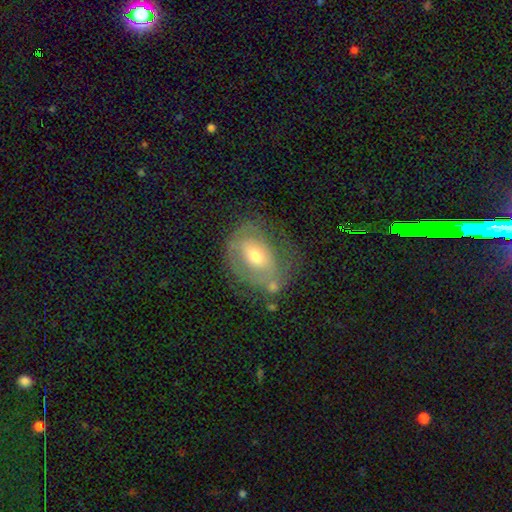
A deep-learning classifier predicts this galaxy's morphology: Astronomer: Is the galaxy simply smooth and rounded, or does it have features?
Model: featured or disk — 54% (runner-up: smooth, 38%).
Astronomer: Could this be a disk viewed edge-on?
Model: no — 94%.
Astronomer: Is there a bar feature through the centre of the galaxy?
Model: no — 49% (runner-up: weak, 37%).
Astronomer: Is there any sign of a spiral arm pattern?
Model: no — 51% (runner-up: yes, 49%).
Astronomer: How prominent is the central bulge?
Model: moderate — 67%.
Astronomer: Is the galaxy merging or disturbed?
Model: none — 50% (runner-up: minor disturbance, 26%).